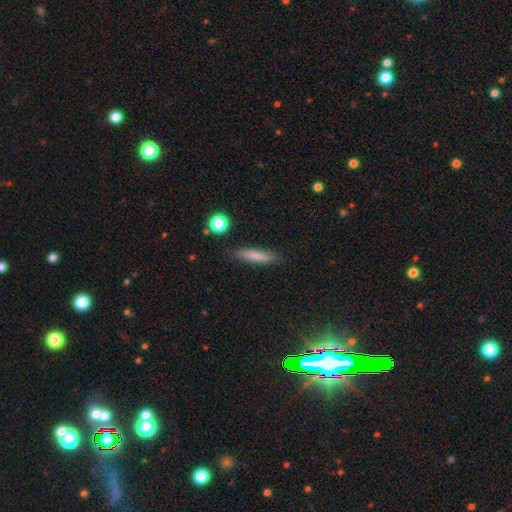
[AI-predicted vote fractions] Overall: smooth (77%). How rounded: cigar-shaped (87%). Merging: none (86%).